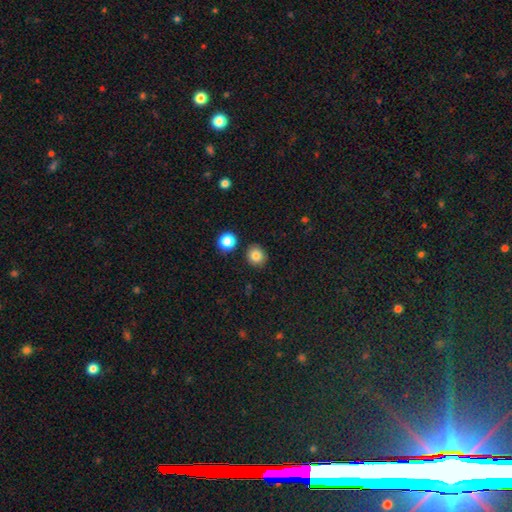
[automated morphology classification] smooth_or_featured: smooth (p=0.83) [alt: star or artifact p=0.11]
how_rounded: round (p=0.86) [alt: in between p=0.13]
merging: none (p=0.88) [alt: minor disturbance p=0.07]